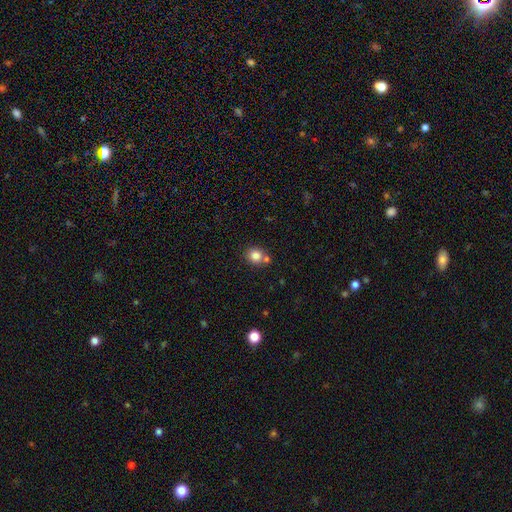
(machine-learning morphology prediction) A smooth galaxy with no disk features (82%) that is round (81%).

Vote fractions:
- Smooth or featured? smooth: 82% / star or artifact: 11% / featured or disk: 7%
- How rounded? round: 81% / in between: 18% / cigar-shaped: 1%
- Merging? none: 64% / merger: 24% / minor disturbance: 10% / major disturbance: 3%